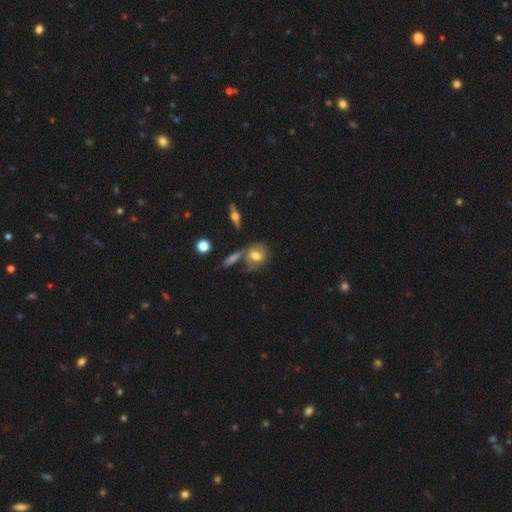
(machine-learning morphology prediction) A smooth galaxy with no disk features (57%) that is round (49%).

Vote fractions:
- Smooth or featured? smooth: 57% / featured or disk: 34% / star or artifact: 9%
- How rounded? round: 49% / in between: 47% / cigar-shaped: 4%
- Merging? none: 45% / merger: 25% / minor disturbance: 19% / major disturbance: 11%